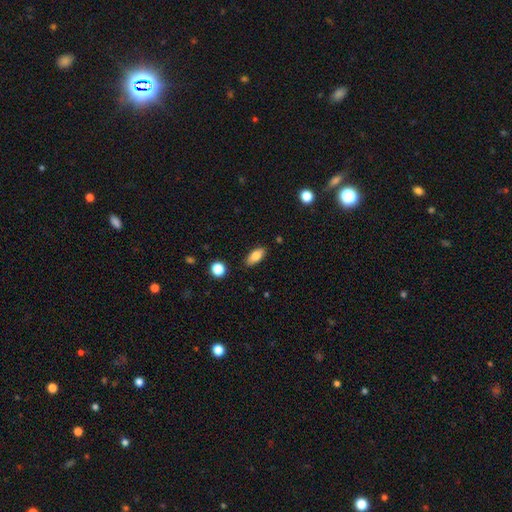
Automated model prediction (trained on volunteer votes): smooth_or_featured: smooth (p=0.79) [alt: featured or disk p=0.13]
how_rounded: in between (p=0.85) [alt: cigar-shaped p=0.11]
merging: none (p=0.85) [alt: minor disturbance p=0.11]